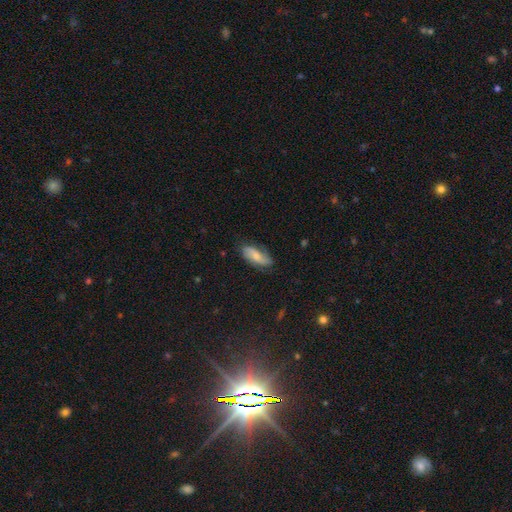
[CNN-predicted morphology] The model was most divided on "smooth or featured": smooth: 48%, featured or disk: 45%, star or artifact: 7%. More confident: merging — none (70%).